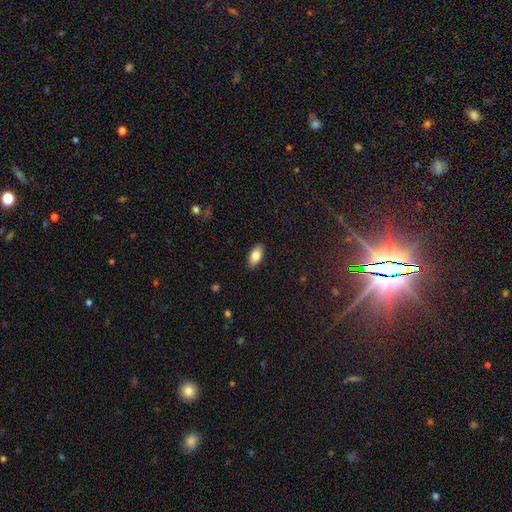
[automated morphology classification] smooth-or-featured: smooth: 82% | featured or disk: 11% | star or artifact: 7%
  how-rounded: in between: 92% | cigar-shaped: 5% | round: 3%
  merging: none: 89% | minor disturbance: 8% | major disturbance: 2% | merger: 1%